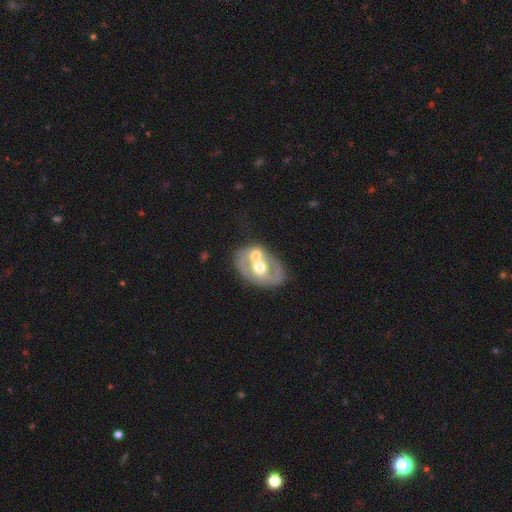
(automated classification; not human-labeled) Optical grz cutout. It shows a featured or disk galaxy (67%) with no bar (76%), no spiral arms (65%) and a moderate central bulge (72%). Merging: none (41%).